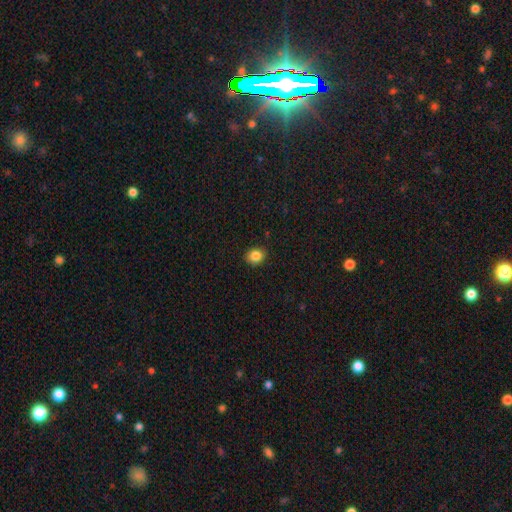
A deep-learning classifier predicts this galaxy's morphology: Overall: smooth (85%). How rounded: round (62%; in between 37%). Merging: none (87%).